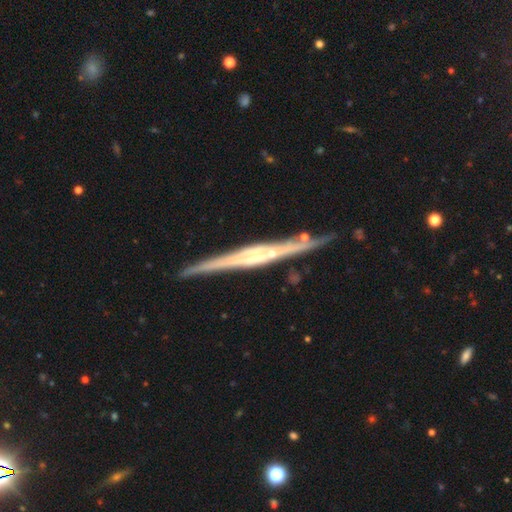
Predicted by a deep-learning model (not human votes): smooth_or_featured: featured or disk (p=0.84) [alt: smooth p=0.11]
disk_edge_on: yes (p=0.98) [alt: no p=0.02]
edge_on_bulge: rounded (p=0.38) [alt: boxy p=0.37]
merging: none (p=0.85) [alt: minor disturbance p=0.10]